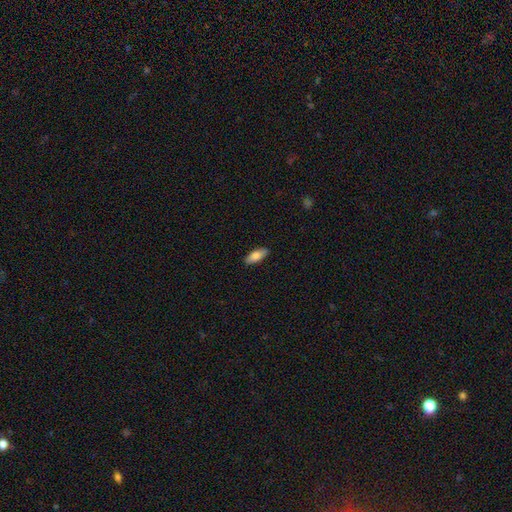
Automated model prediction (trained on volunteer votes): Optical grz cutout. It shows a smooth galaxy with no disk features (80%) that is in between round and cigar-shaped (79%). Merging: none (89%).